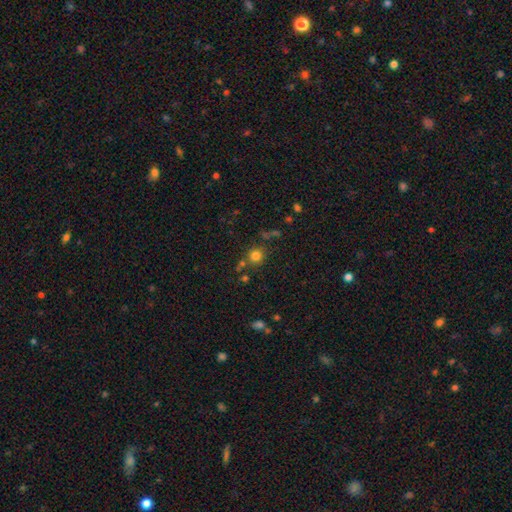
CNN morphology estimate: Q: Smooth or featured?
A: smooth (78%); runner-up: star or artifact (15%)
Q: How rounded?
A: round (88%); runner-up: in between (11%)
Q: Merging?
A: none (75%); runner-up: minor disturbance (10%)